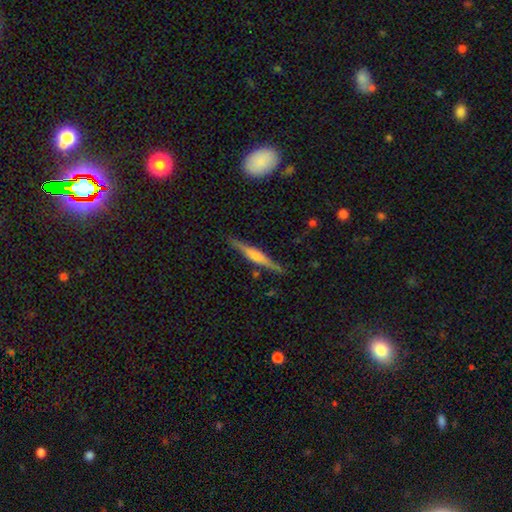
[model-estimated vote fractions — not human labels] Overall: featured or disk (59%; smooth 35%). Edge-on disk: yes (96%). Edge-on bulge: rounded (45%; boxy 37%). Merging: none (85%).